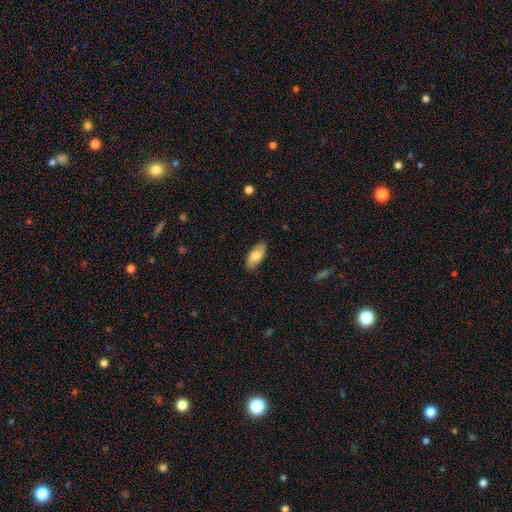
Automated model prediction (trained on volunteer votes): This appears to be a smooth galaxy with no disk features (74%) that is in between round and cigar-shaped (90%). Merging: none (86%).